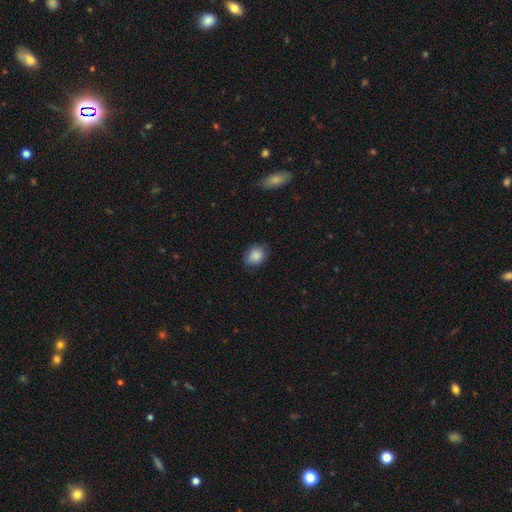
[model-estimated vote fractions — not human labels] A smooth galaxy with no disk features (87%) that is round (50%).

Vote fractions:
- Smooth or featured? smooth: 87% / star or artifact: 8% / featured or disk: 5%
- How rounded? round: 50% / in between: 49% / cigar-shaped: 1%
- Merging? none: 75% / minor disturbance: 20% / major disturbance: 4% / merger: 1%